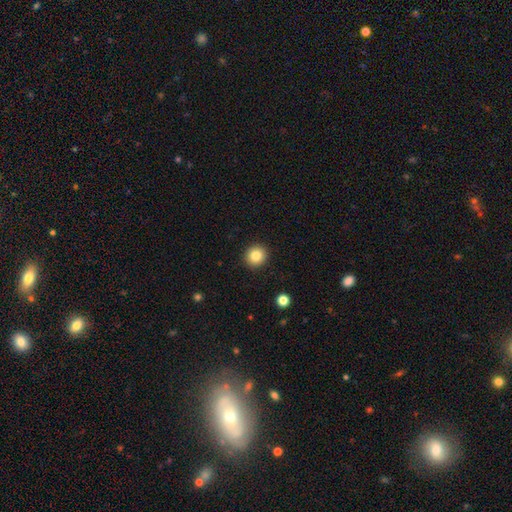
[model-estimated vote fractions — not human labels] A smooth galaxy with no disk features (84%) that is round (91%).

Vote fractions:
- Smooth or featured? smooth: 84% / star or artifact: 10% / featured or disk: 6%
- How rounded? round: 91% / in between: 8% / cigar-shaped: 1%
- Merging? none: 92% / minor disturbance: 5% / major disturbance: 2% / merger: 1%